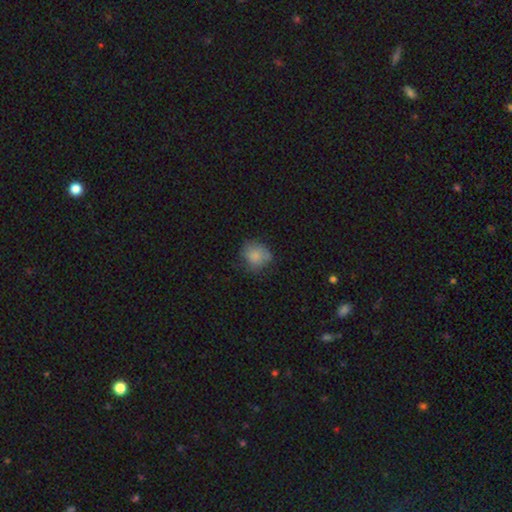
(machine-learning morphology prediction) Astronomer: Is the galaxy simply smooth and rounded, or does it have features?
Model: smooth — 78%.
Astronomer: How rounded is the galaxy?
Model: round — 73%.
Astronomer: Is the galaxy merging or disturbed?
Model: none — 58%.